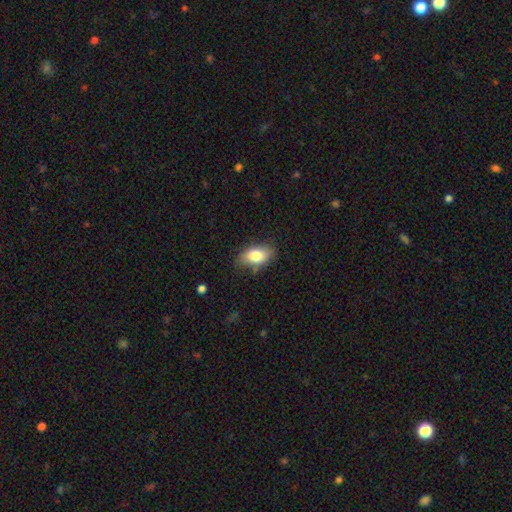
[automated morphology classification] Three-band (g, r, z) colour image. It shows a smooth galaxy with no disk features (79%) that is in between round and cigar-shaped (89%). Merging: none (75%).